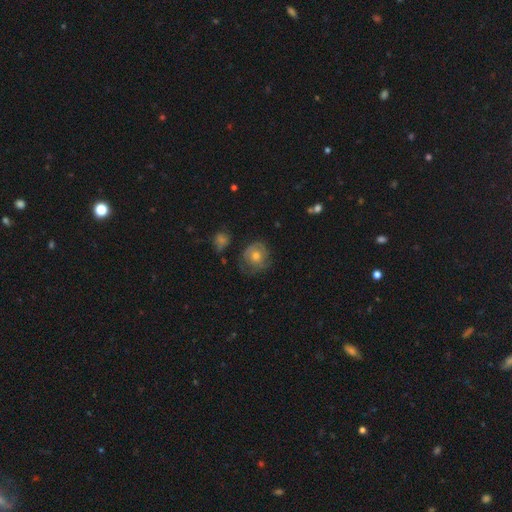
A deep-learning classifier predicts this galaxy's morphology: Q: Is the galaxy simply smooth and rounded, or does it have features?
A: featured or disk — 51%.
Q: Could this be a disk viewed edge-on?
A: no — 97%.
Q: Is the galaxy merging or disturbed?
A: none — 67%.